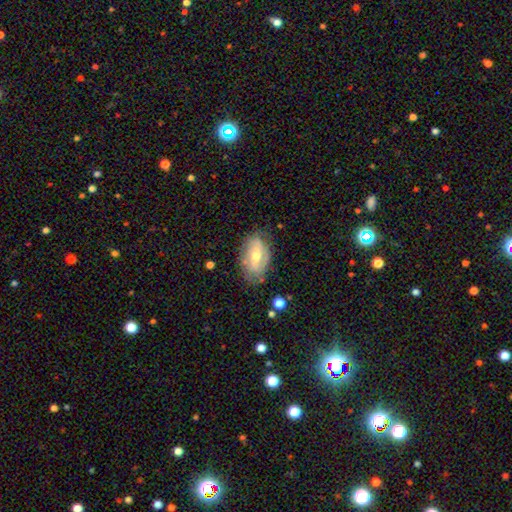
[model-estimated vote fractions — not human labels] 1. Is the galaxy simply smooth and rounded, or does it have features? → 58% featured or disk, 35% smooth, 7% star or artifact.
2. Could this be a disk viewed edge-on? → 90% no, 10% yes.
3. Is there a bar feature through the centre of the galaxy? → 37% weak (tied), 37% strong (tied), 27% no.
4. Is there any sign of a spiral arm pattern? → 54% yes, 46% no.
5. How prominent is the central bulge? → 62% moderate, 33% small, 4% large, 1% none, 1% dominant.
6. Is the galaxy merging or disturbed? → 70% none, 21% minor disturbance, 7% major disturbance, 2% merger.